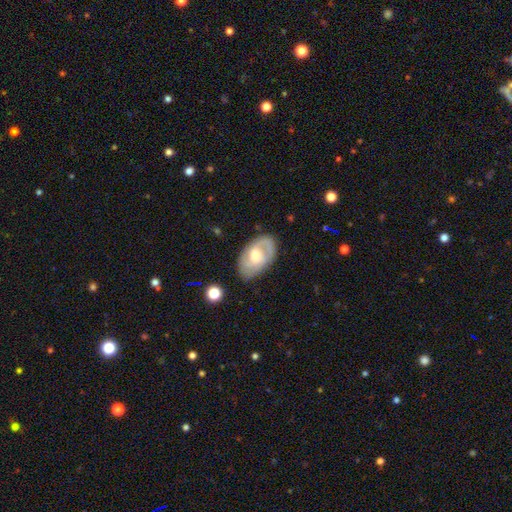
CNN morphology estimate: A featured or disk galaxy (70%) with no bar (50%), 2 (62%) medium (43%) spiral arms (86%) and a moderate central bulge (64%). Merging: none (76%).